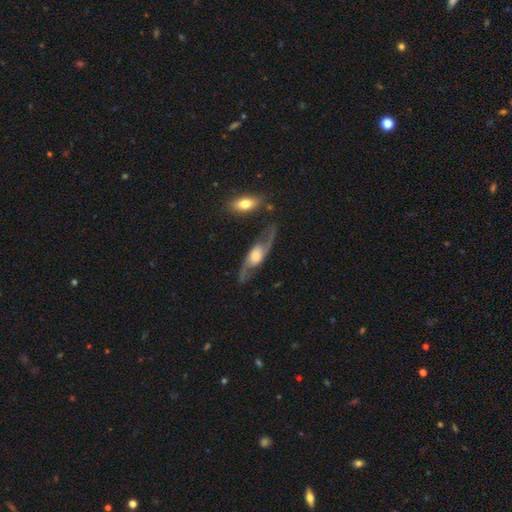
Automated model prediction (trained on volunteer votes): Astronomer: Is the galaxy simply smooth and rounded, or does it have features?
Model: featured or disk — 85%.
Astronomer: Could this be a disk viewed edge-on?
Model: no — 77%.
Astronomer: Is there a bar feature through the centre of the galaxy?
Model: no — 54% (runner-up: weak, 35%).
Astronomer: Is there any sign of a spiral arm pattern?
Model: yes — 94%.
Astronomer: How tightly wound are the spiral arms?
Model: loose — 63%.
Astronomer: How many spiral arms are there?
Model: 2 — 93%.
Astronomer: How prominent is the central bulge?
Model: moderate — 40% (runner-up: large, 39%).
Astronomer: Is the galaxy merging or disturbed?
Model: none — 73%.